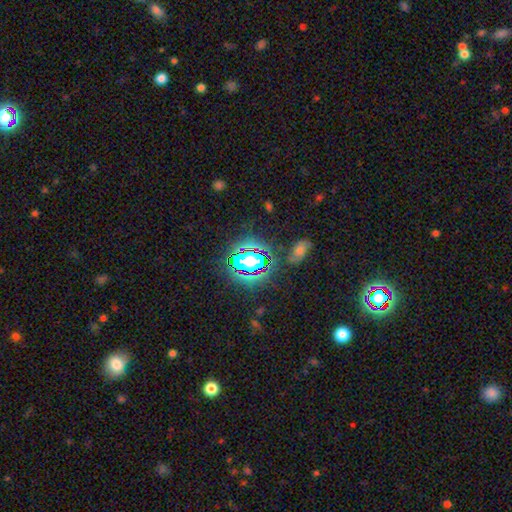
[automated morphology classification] smooth_or_featured: star or artifact (p=0.73) [alt: smooth p=0.16]